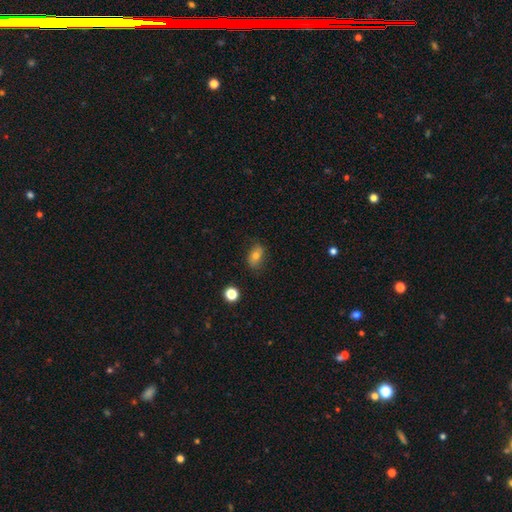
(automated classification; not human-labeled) Morphology: type=smooth (70%); roundness=in between (81%); merging=none (78%).